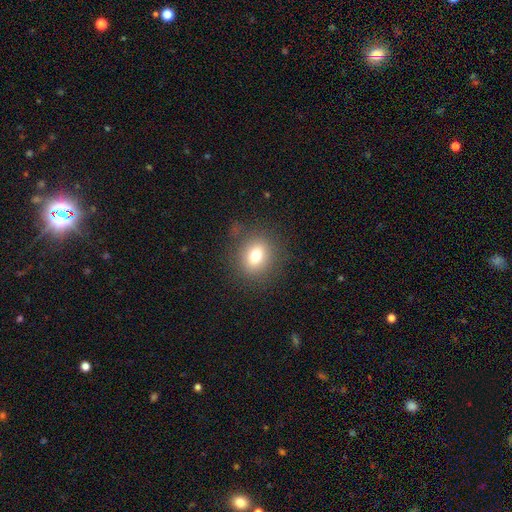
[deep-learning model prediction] Smooth or featured? smooth (75%)
How rounded? round (63%)
Merging? none (83%)